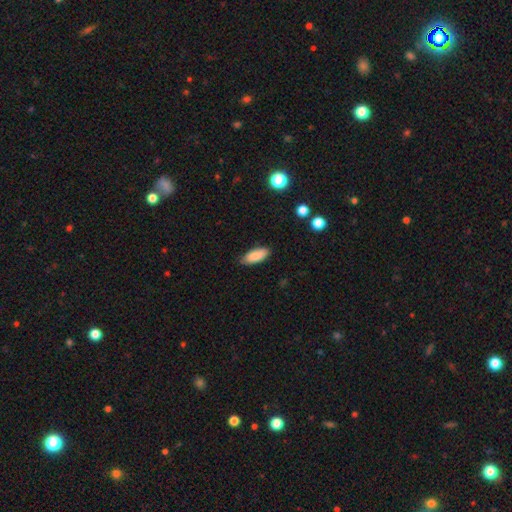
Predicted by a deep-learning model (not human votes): Q: Smooth or featured?
A: smooth (87%); runner-up: star or artifact (7%)
Q: How rounded?
A: in between (80%); runner-up: cigar-shaped (18%)
Q: Merging?
A: none (82%); runner-up: minor disturbance (15%)